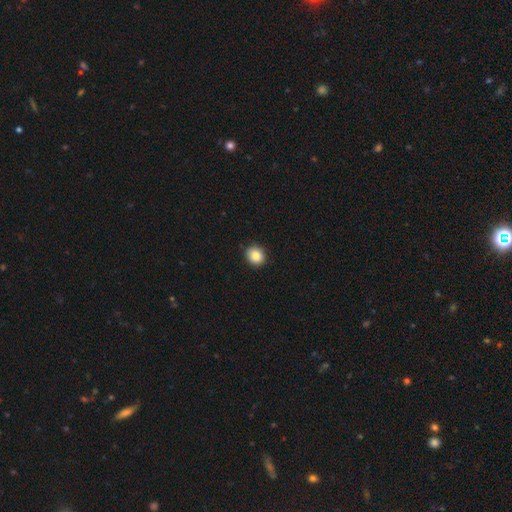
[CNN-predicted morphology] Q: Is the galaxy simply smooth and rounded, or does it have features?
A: smooth — 87%.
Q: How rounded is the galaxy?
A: round — 80%.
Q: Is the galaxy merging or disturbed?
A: none — 90%.